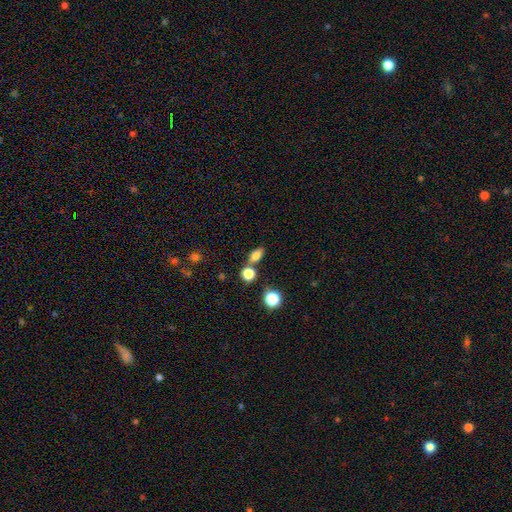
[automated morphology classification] A smooth galaxy with no disk features (78%) that is in between round and cigar-shaped (72%). Merging: none (66%).